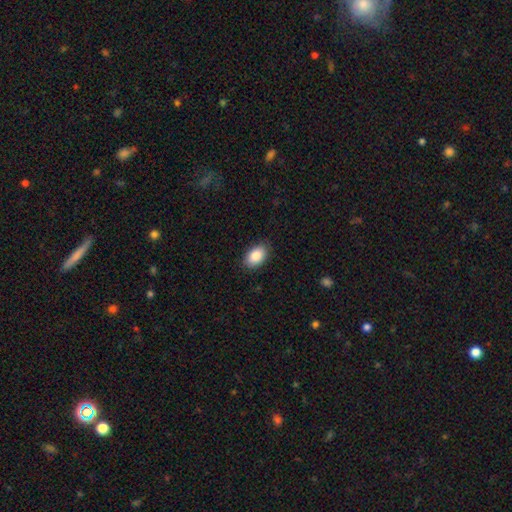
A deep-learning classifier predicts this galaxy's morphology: Overall: smooth (88%). How rounded: in between (90%). Merging: none (86%).